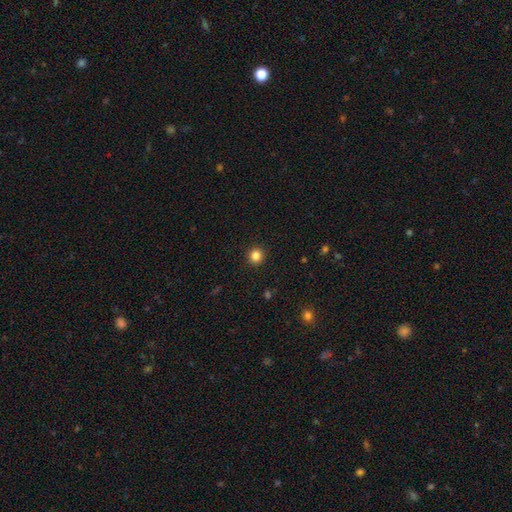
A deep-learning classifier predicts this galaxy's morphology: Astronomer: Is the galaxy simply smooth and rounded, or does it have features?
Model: smooth — 84%.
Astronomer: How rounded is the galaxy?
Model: round — 94%.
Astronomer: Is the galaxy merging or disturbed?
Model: none — 93%.